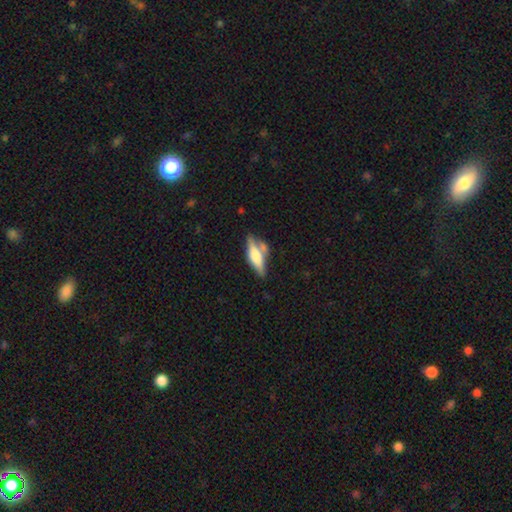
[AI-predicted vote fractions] Smooth or featured?
  - smooth: 53% *
  - featured or disk: 40%
  - star or artifact: 7%
How rounded?
  - cigar-shaped: 54% *
  - in between: 43%
  - round: 3%
Merging?
  - none: 51% *
  - merger: 24%
  - minor disturbance: 18%
  - major disturbance: 7%